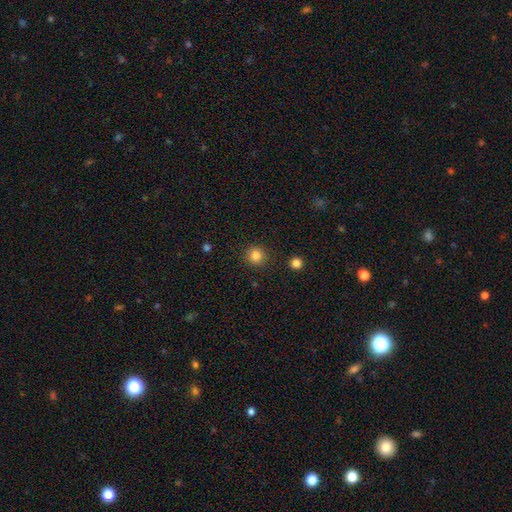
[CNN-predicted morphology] The model was most divided on "smooth or featured": smooth: 84%, star or artifact: 12%, featured or disk: 4%. More confident: how rounded — round (93%); merging — none (90%).